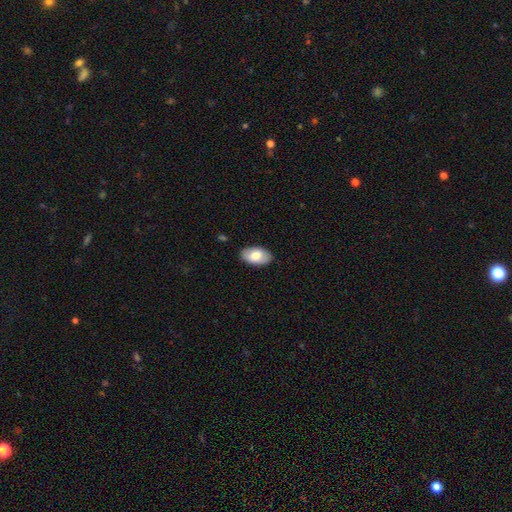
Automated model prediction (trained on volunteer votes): Smooth or featured?
  - smooth: 77% *
  - featured or disk: 17%
  - star or artifact: 6%
How rounded?
  - in between: 94% *
  - round: 5%
  - cigar-shaped: 1%
Merging?
  - none: 87% *
  - minor disturbance: 10%
  - major disturbance: 2%
  - merger: 1%